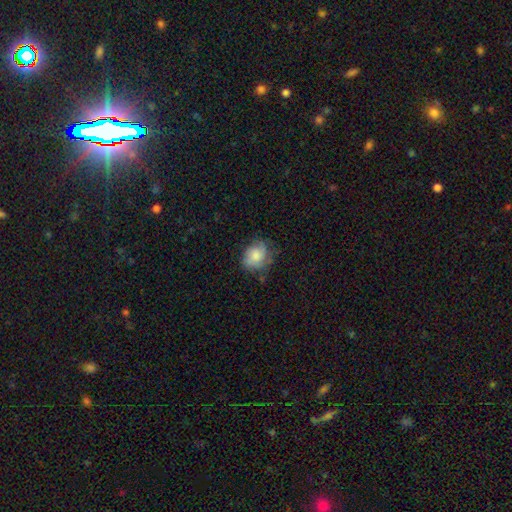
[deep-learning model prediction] Q: Smooth or featured?
A: smooth (69%); runner-up: featured or disk (23%)
Q: How rounded?
A: round (51%); runner-up: in between (48%)
Q: Merging?
A: none (60%); runner-up: minor disturbance (29%)